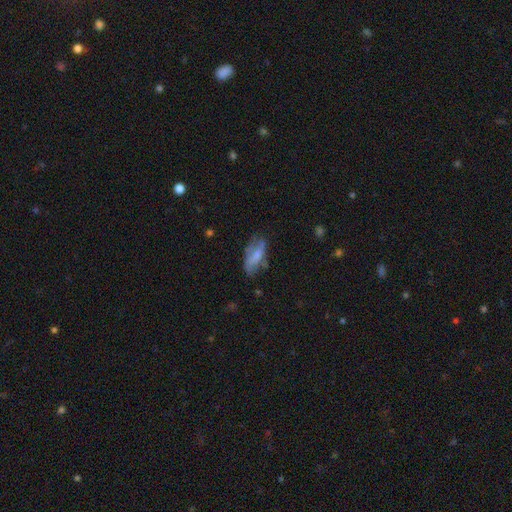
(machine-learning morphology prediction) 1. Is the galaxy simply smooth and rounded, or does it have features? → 56% smooth, 35% featured or disk, 8% star or artifact.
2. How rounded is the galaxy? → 82% in between, 15% cigar-shaped, 3% round.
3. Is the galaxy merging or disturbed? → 46% none, 31% minor disturbance, 19% major disturbance, 4% merger.